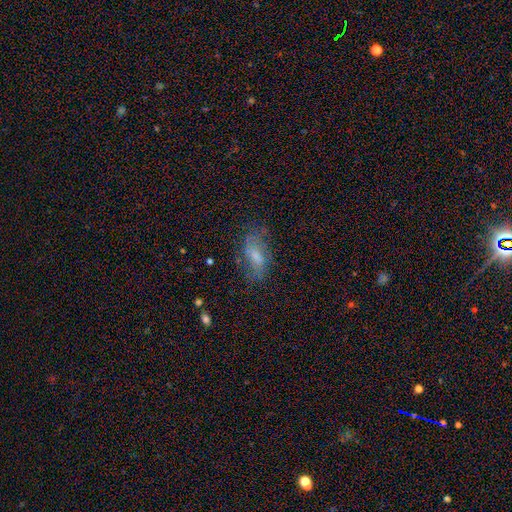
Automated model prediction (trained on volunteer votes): A smooth galaxy with no disk features (49%).

Vote fractions:
- Smooth or featured? smooth: 49% / featured or disk: 40% / star or artifact: 11%
- Merging? none: 62% / minor disturbance: 23% / major disturbance: 14% / merger: 2%